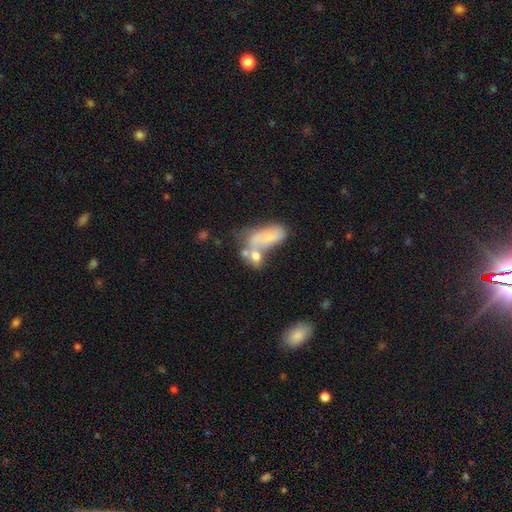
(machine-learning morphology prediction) The model was most divided on "smooth or featured": smooth: 59%, featured or disk: 30%, star or artifact: 11%. More confident: how rounded — in between (77%); merging — merger (58%).